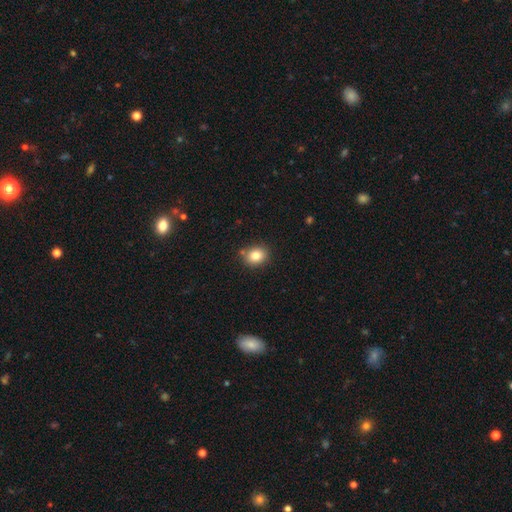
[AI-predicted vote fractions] Overall: smooth (82%). How rounded: round (65%; in between 34%). Merging: none (83%).